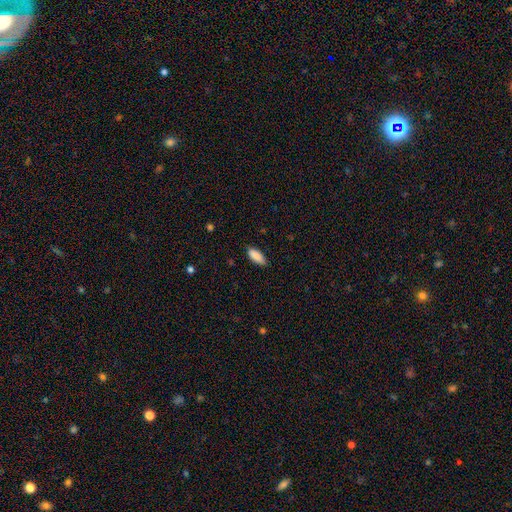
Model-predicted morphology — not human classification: This appears to be a smooth galaxy with no disk features (89%) that is in between round and cigar-shaped (80%). Merging: none (81%).